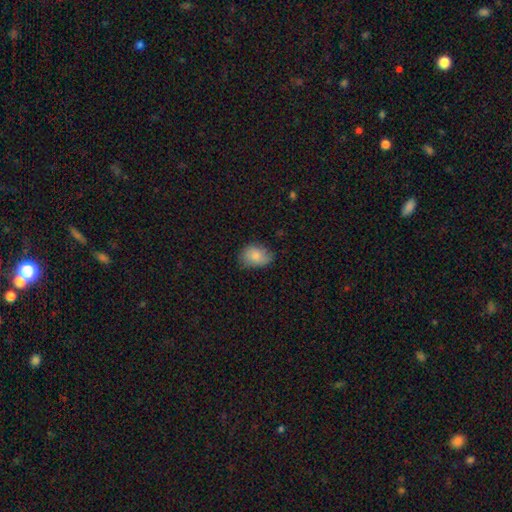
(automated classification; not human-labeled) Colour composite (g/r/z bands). It shows a smooth galaxy with no disk features (80%) that is in between round and cigar-shaped (75%). Merging: none (69%).